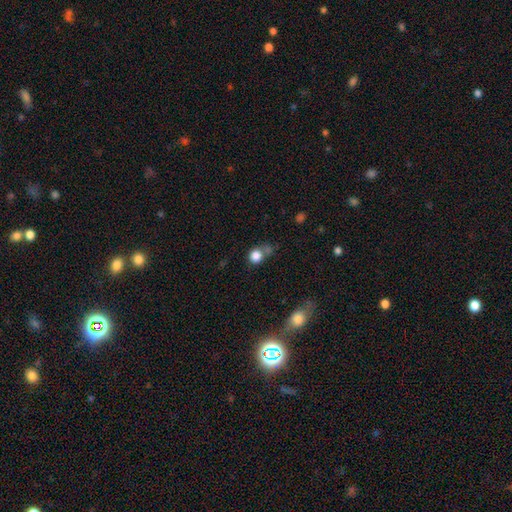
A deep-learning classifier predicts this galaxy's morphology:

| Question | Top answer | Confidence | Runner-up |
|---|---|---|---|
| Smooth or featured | smooth | 82% | star or artifact (11%) |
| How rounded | round | 81% | in between (18%) |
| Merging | none | 51% | merger (23%) |